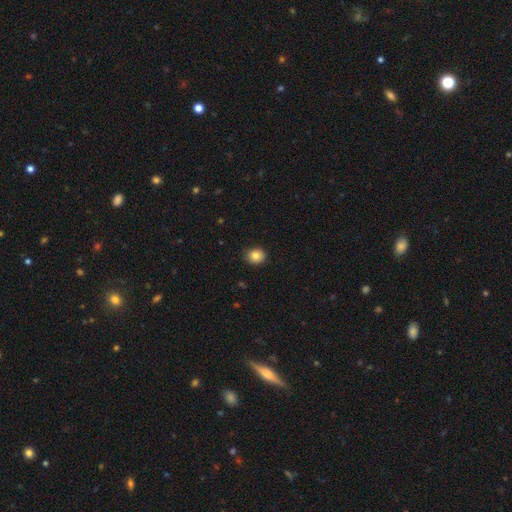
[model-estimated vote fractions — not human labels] Overall: smooth (82%). How rounded: round (76%). Merging: none (85%).